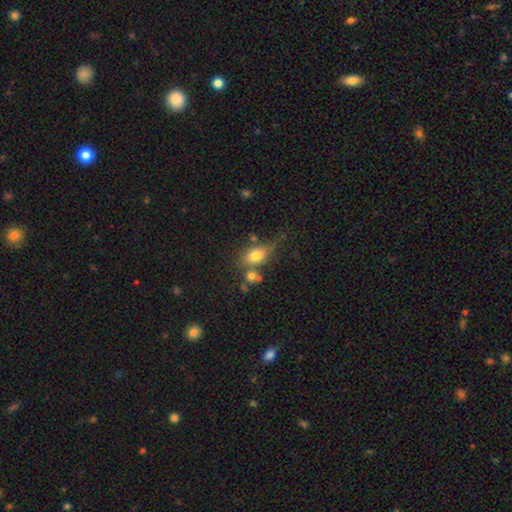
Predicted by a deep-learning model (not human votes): smooth 74%, featured or disk 15%, star or artifact 10%. Down the decision tree: how rounded — in between (74%); merging — none (48%).